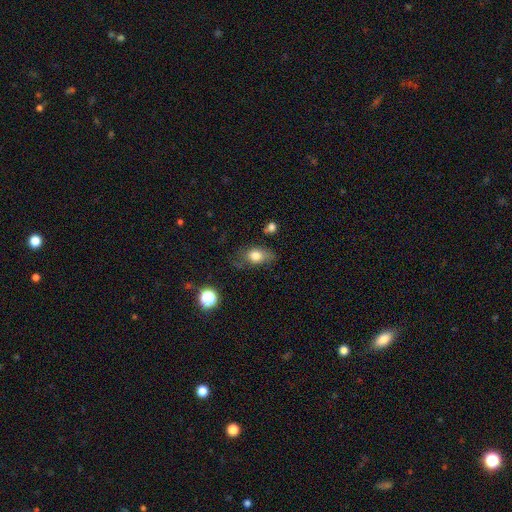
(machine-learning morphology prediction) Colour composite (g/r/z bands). It shows a smooth galaxy with no disk features (74%) that is in between round and cigar-shaped (76%). Merging: none (55%).